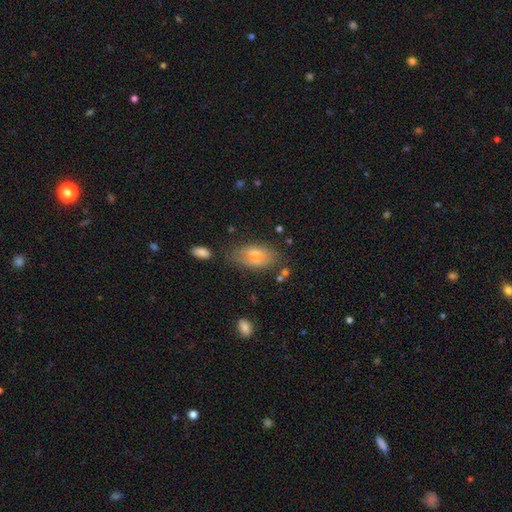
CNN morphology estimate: smooth-or-featured: smooth: 65% | featured or disk: 27% | star or artifact: 9%
  how-rounded: in between: 90% | cigar-shaped: 5% | round: 5%
  merging: none: 57% | minor disturbance: 27% | major disturbance: 10% | merger: 6%